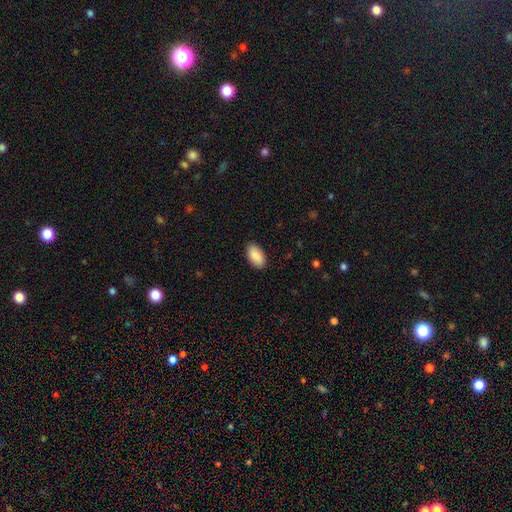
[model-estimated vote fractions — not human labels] This is clearly a smooth galaxy (90%). How rounded: clearly in between (95%). Merging: clearly none (89%).